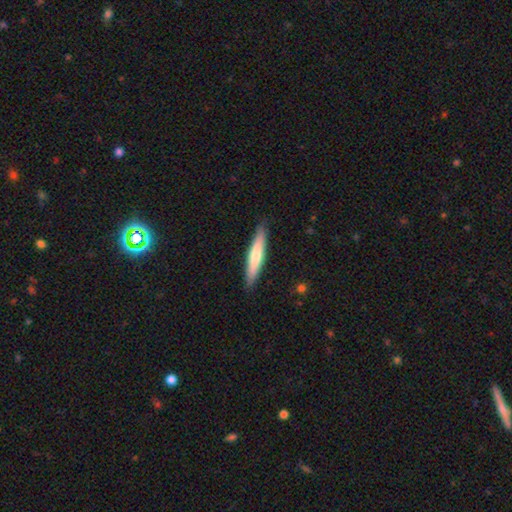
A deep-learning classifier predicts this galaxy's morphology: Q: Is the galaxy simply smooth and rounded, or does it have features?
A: smooth — 66%.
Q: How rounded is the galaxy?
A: cigar-shaped — 90%.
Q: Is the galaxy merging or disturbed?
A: none — 88%.